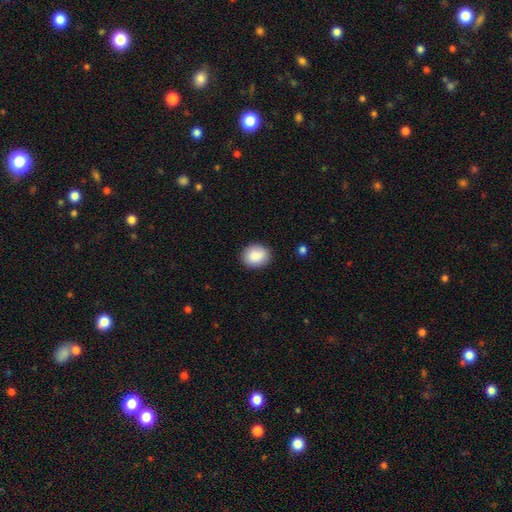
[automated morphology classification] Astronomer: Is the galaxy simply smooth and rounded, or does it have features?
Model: smooth — 88%.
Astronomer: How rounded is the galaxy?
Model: round — 56% (runner-up: in between, 43%).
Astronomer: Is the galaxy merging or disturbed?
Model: none — 87%.